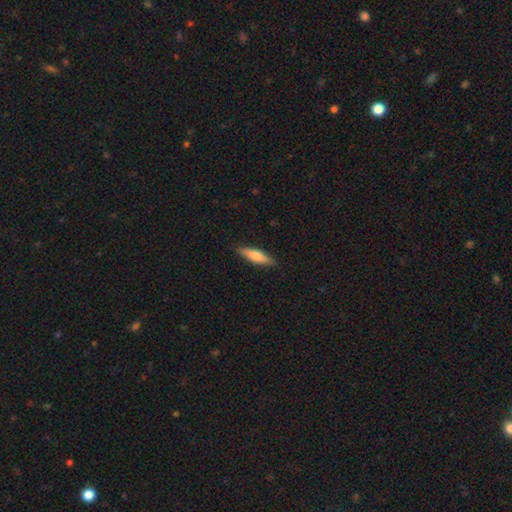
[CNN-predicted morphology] type=smooth (60%); roundness=cigar-shaped (71%); merging=none (89%).